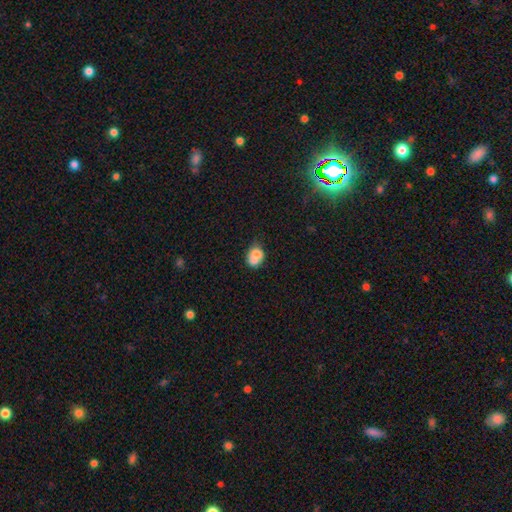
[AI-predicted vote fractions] smooth-or-featured: smooth: 70% | featured or disk: 21% | star or artifact: 9%
  how-rounded: round: 53% | in between: 46% | cigar-shaped: 1%
  merging: merger: 56% | none: 28% | minor disturbance: 11% | major disturbance: 5%